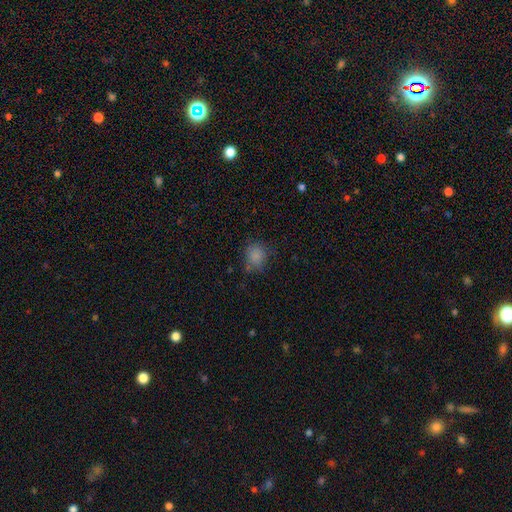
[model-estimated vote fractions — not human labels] Smooth or featured: smooth — 84% (star or artifact — 10%)
How rounded: round — 76% (in between — 23%)
Merging: none — 72% (minor disturbance — 19%)